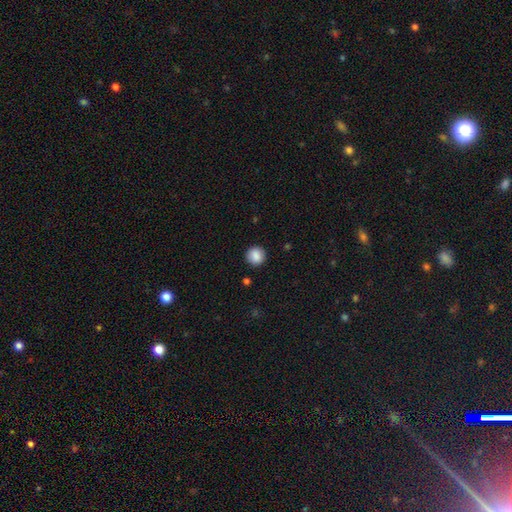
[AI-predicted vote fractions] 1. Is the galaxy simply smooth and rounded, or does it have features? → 88% smooth, 9% star or artifact, 3% featured or disk.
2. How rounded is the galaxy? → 94% round, 6% in between, 1% cigar-shaped.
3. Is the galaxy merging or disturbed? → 91% none, 6% minor disturbance, 2% major disturbance, 1% merger.